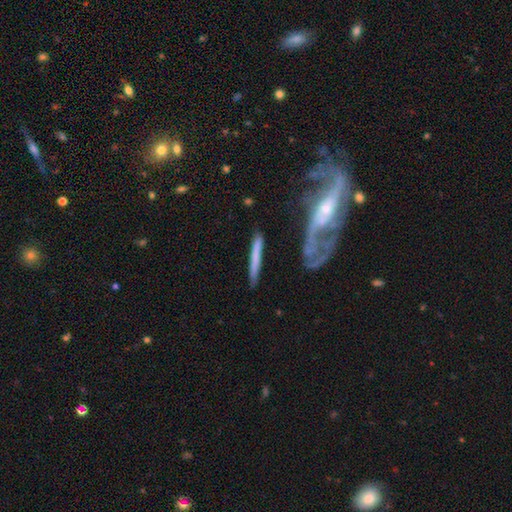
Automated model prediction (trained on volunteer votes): The model was most divided on "smooth or featured": smooth: 51%, featured or disk: 43%, star or artifact: 6%. More confident: how rounded — cigar-shaped (94%); merging — none (74%).